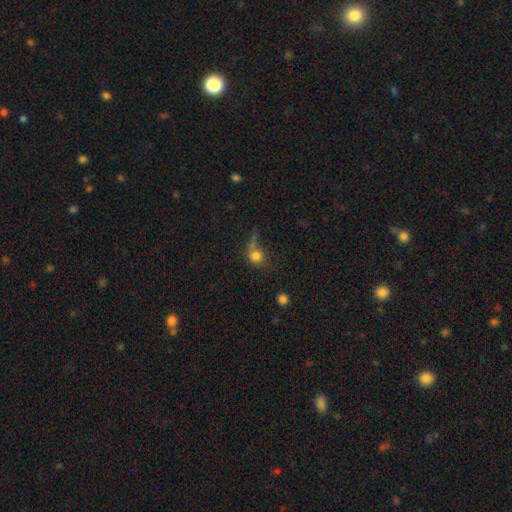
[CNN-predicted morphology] Smooth or featured? smooth (75%)
How rounded? round (79%)
Merging? none (40%)